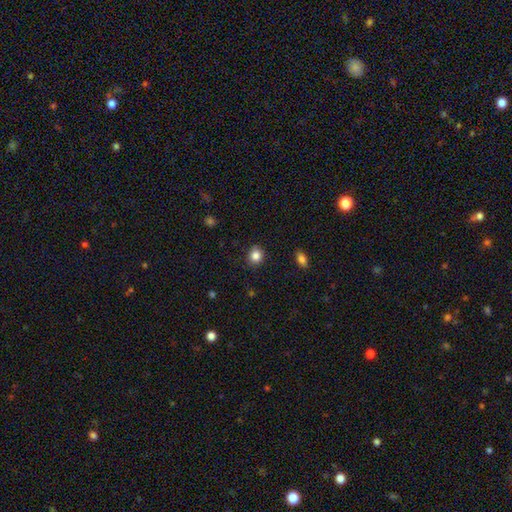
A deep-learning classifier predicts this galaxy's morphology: Overall: smooth (84%). How rounded: round (77%). Merging: none (86%).